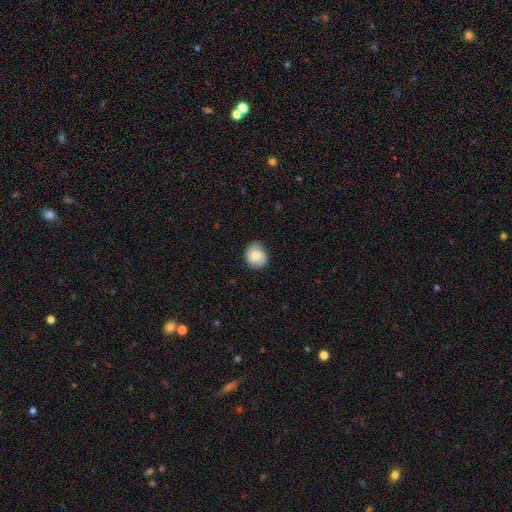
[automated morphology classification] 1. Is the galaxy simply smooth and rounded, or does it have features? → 74% smooth, 19% featured or disk, 7% star or artifact.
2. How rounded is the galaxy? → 74% round, 25% in between, 1% cigar-shaped.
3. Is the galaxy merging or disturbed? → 72% none, 22% minor disturbance, 4% major disturbance, 1% merger.